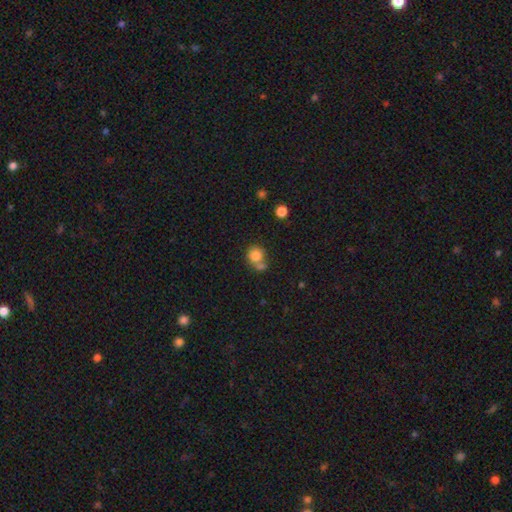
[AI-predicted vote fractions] smooth-or-featured: smooth: 81% | star or artifact: 10% | featured or disk: 9%
  how-rounded: round: 84% | in between: 15% | cigar-shaped: 1%
  merging: none: 47% | merger: 36% | minor disturbance: 12% | major disturbance: 5%